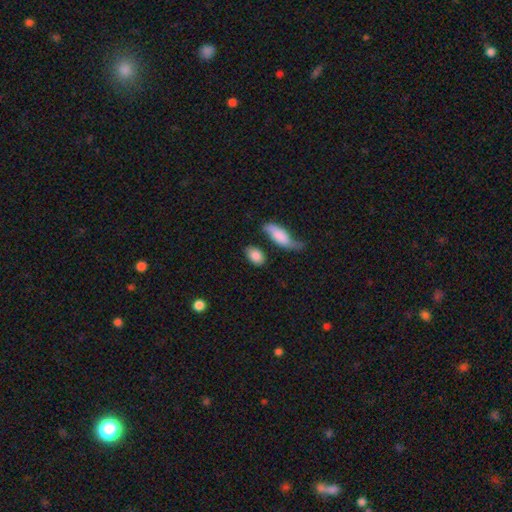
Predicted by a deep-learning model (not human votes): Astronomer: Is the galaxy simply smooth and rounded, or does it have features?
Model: smooth — 84%.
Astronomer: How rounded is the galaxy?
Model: in between — 88%.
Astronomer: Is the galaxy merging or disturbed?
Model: none — 67%.